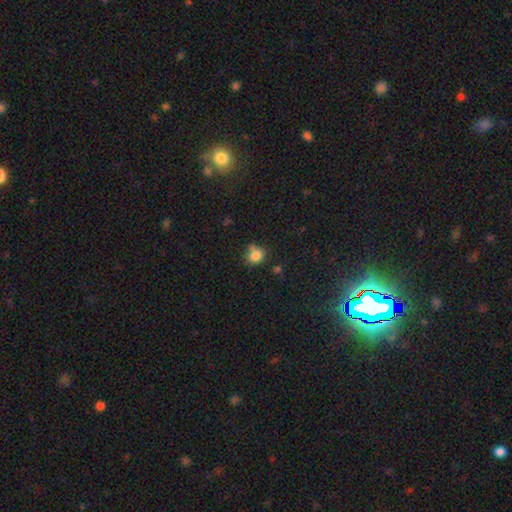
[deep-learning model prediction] Overall: smooth (81%). How rounded: round (70%). Merging: none (60%; minor disturbance 22%).